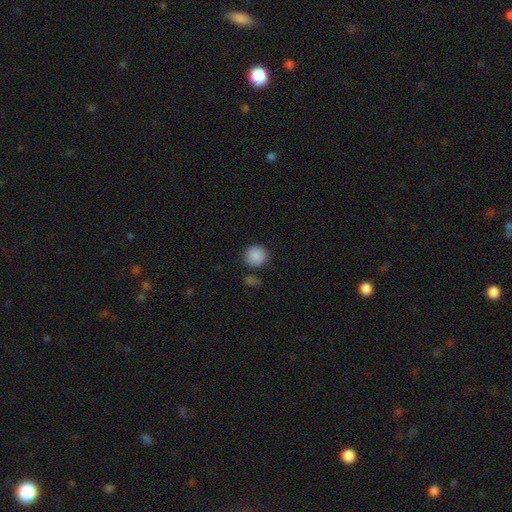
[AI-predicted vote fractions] This is clearly a smooth galaxy (88%). How rounded: clearly round (90%). Merging: clearly none (82%).